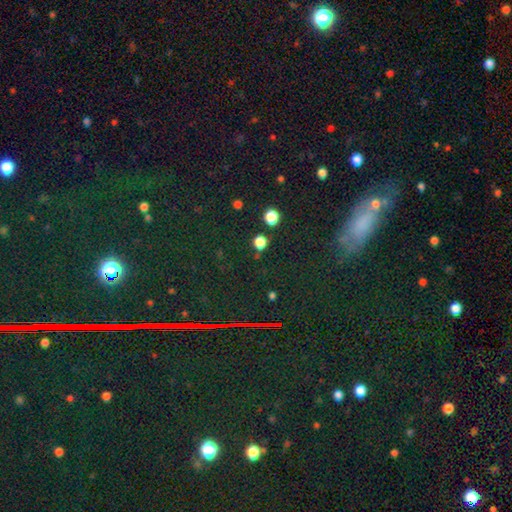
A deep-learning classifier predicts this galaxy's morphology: The model was most divided on "smooth or featured": star or artifact: 68%, smooth: 20%, featured or disk: 11%.